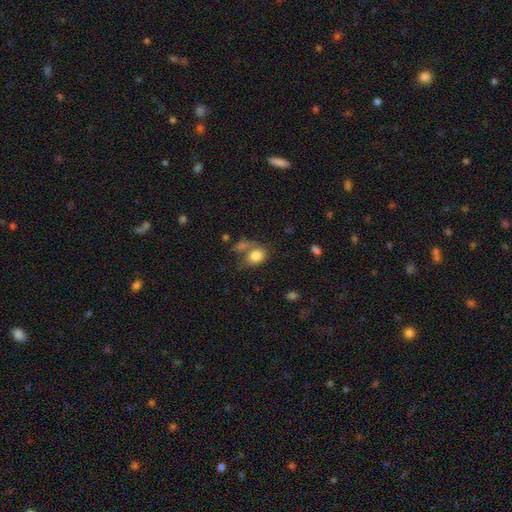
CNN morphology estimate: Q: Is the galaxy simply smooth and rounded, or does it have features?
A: smooth — 81%.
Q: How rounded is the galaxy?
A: in between — 63%.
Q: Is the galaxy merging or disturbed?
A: none — 43%.